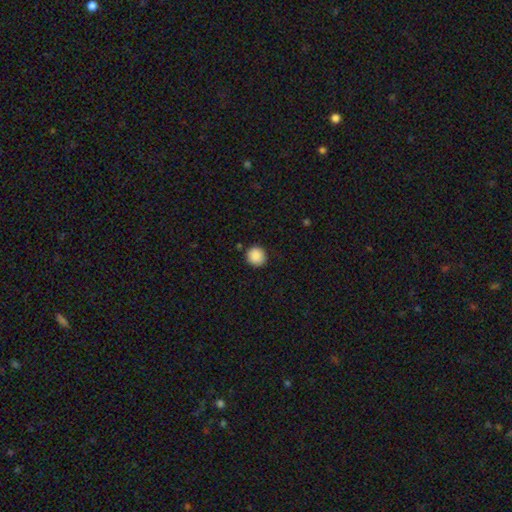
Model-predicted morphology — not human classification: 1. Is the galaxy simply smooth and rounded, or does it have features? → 89% smooth, 9% star or artifact, 2% featured or disk.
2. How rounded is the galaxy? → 92% round, 8% in between, 1% cigar-shaped.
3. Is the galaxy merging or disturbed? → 89% none, 8% minor disturbance, 2% major disturbance, 2% merger.